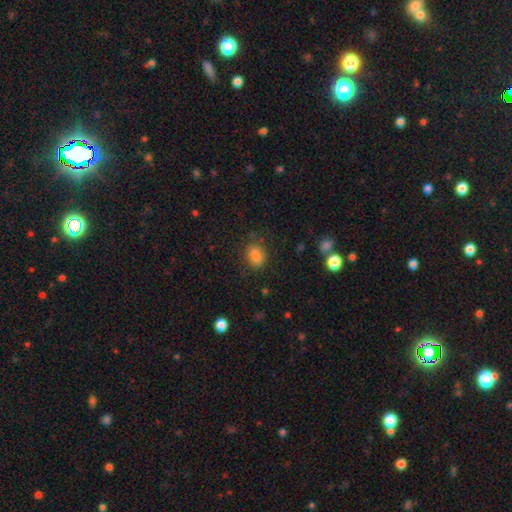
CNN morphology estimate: Smooth or featured?
  - smooth: 83% *
  - star or artifact: 11%
  - featured or disk: 6%
How rounded?
  - in between: 70% *
  - round: 28%
  - cigar-shaped: 2%
Merging?
  - none: 71% *
  - minor disturbance: 19%
  - major disturbance: 8%
  - merger: 2%